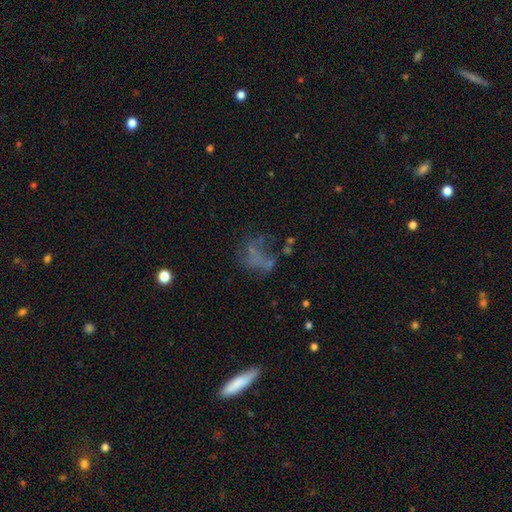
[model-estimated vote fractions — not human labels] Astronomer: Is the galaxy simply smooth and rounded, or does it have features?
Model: featured or disk — 42% (runner-up: smooth, 33%).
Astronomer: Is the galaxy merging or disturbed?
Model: none — 39% (runner-up: major disturbance, 34%).